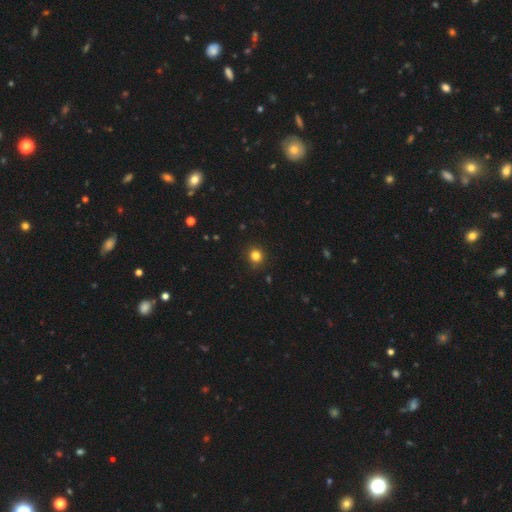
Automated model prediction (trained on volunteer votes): Morphology: type=smooth (82%); roundness=round (90%); merging=none (91%).